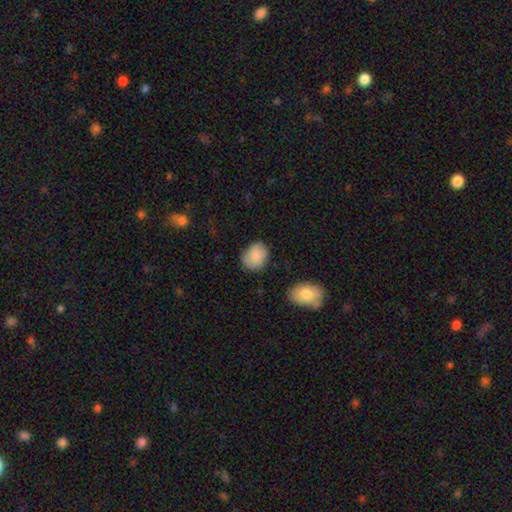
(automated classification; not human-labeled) This is clearly a smooth galaxy (86%). How rounded: possibly round (52%). Merging: likely none (71%).